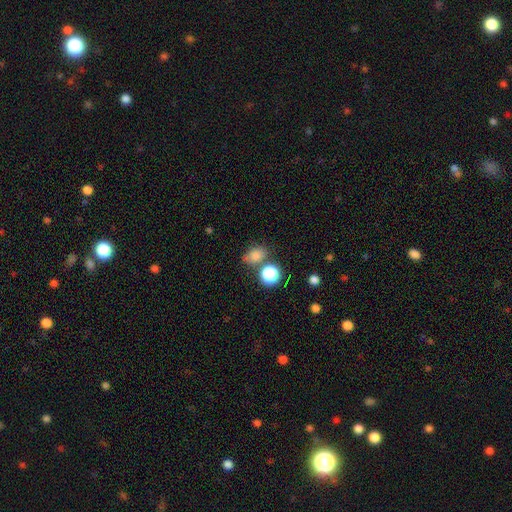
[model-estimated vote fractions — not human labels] A smooth galaxy with no disk features (77%) that is in between round and cigar-shaped (59%). Merging: none (65%).